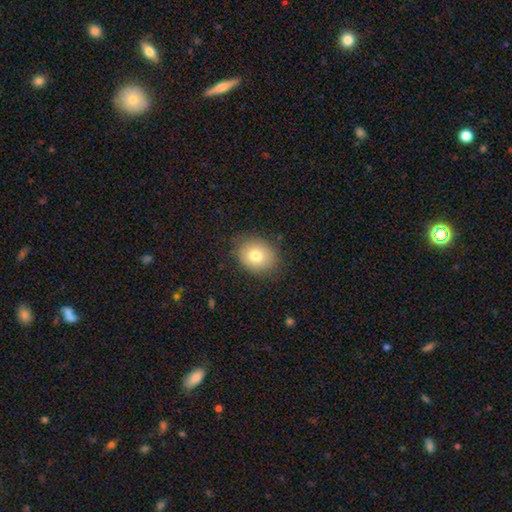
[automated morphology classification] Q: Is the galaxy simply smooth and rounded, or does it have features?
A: smooth — 77%.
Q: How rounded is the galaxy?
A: round — 52%.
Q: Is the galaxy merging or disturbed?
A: none — 83%.